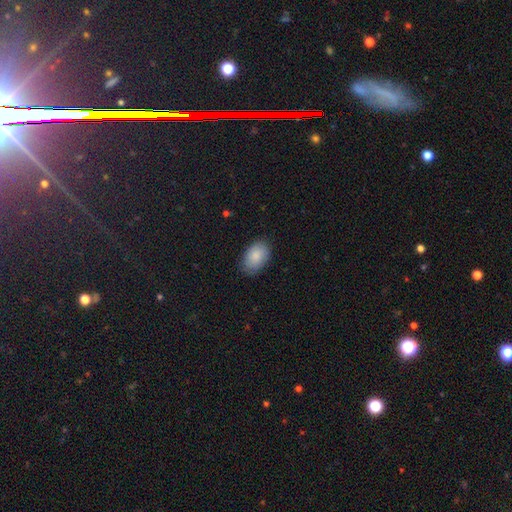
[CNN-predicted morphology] Smooth or featured? smooth (87%)
How rounded? in between (91%)
Merging? none (82%)